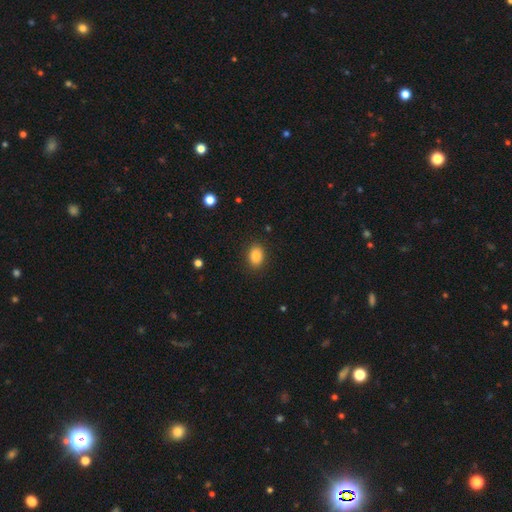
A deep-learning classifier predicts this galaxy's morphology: smooth_or_featured: smooth (p=0.86) [alt: star or artifact p=0.09]
how_rounded: in between (p=0.76) [alt: round p=0.23]
merging: none (p=0.88) [alt: minor disturbance p=0.08]